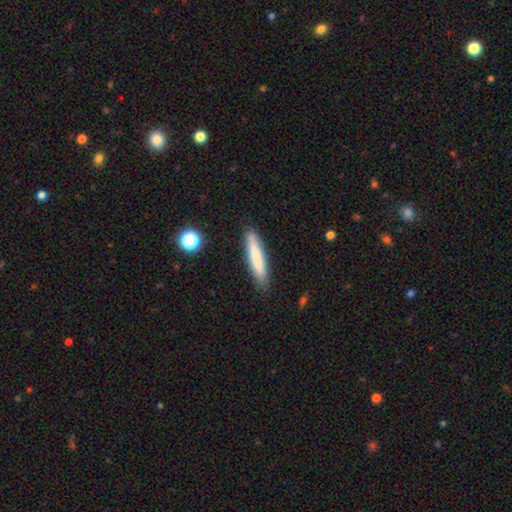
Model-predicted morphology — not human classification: This is likely a smooth galaxy (73%). How rounded: clearly cigar-shaped (88%). Merging: clearly none (87%).